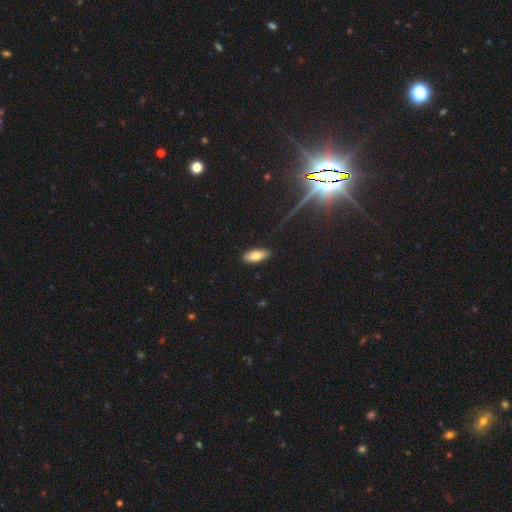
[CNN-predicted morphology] Smooth or featured?
  - smooth: 79% *
  - featured or disk: 13%
  - star or artifact: 8%
How rounded?
  - in between: 85% *
  - cigar-shaped: 13%
  - round: 2%
Merging?
  - none: 88% *
  - minor disturbance: 9%
  - major disturbance: 2%
  - merger: 1%